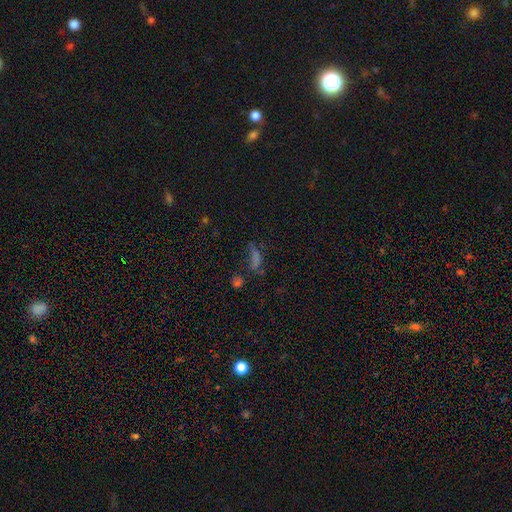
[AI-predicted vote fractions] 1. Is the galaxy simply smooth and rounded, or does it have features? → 45% smooth, 37% star or artifact, 18% featured or disk.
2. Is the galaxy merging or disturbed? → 47% none, 20% minor disturbance, 19% major disturbance, 14% merger.